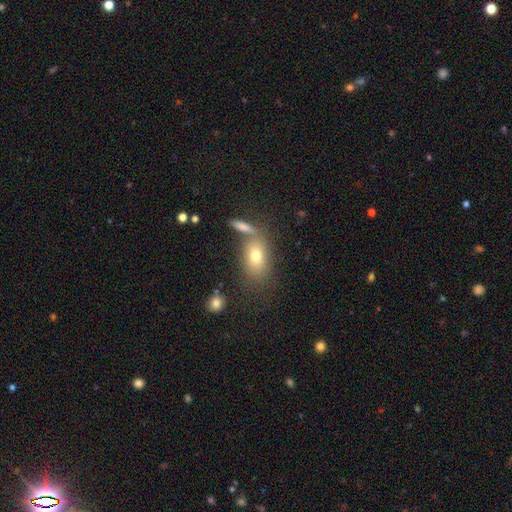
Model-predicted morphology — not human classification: Smooth or featured? smooth (72%)
How rounded? in between (83%)
Merging? none (60%)